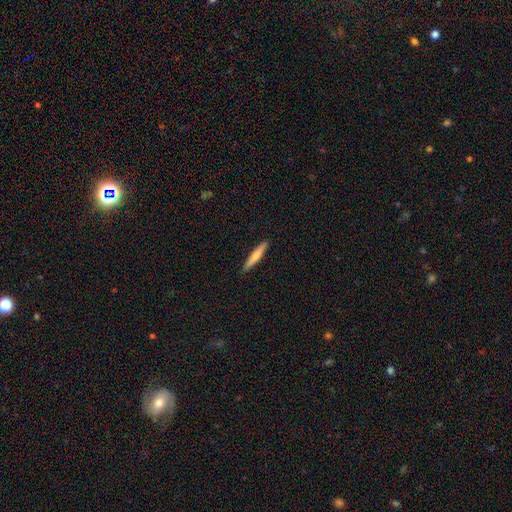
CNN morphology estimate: A smooth galaxy with no disk features (67%) that is cigar-shaped (94%). Merging: none (90%).